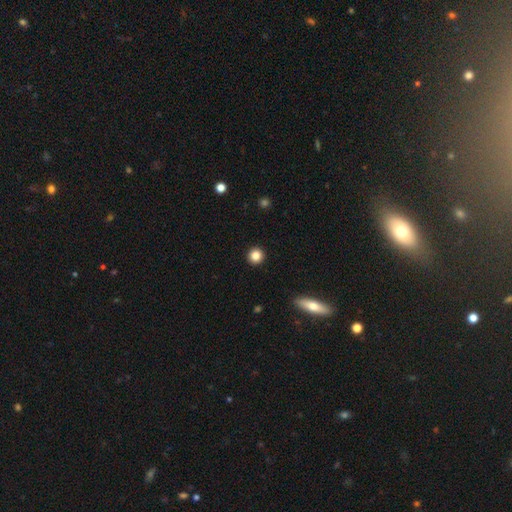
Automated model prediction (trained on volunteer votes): Q: Smooth or featured?
A: smooth (85%); runner-up: star or artifact (10%)
Q: How rounded?
A: round (94%); runner-up: in between (5%)
Q: Merging?
A: none (93%); runner-up: minor disturbance (5%)